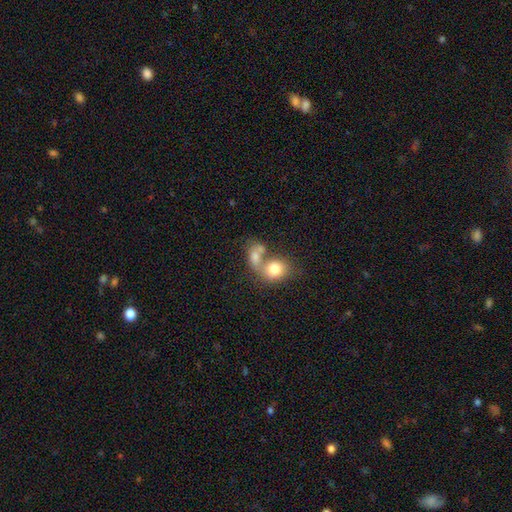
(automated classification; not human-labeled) smooth 72%, featured or disk 18%, star or artifact 10%. Down the decision tree: how rounded — in between (59%); merging — merger (68%).